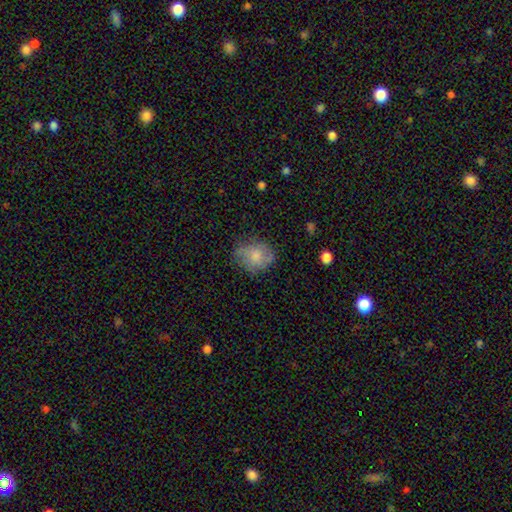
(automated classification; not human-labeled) smooth 67%, featured or disk 24%, star or artifact 8%. Down the decision tree: how rounded — round (57%); merging — none (61%).